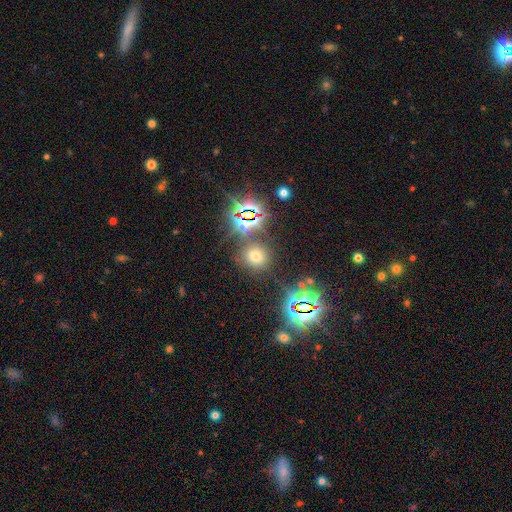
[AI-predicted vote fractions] Overall: smooth (51%; star or artifact 39%). How rounded: round (86%). Merging: none (80%).